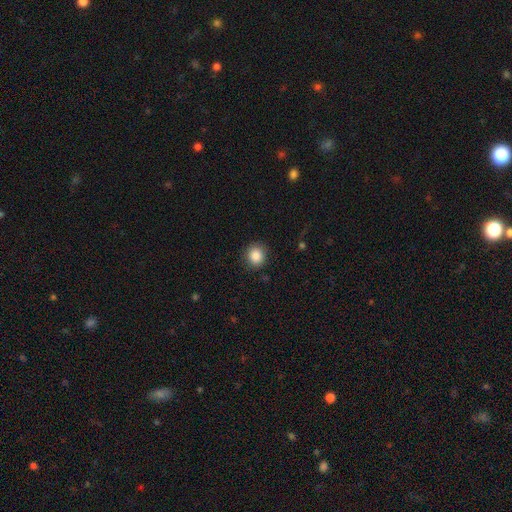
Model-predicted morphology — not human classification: smooth_or_featured: smooth (p=0.86) [alt: star or artifact p=0.09]
how_rounded: round (p=0.85) [alt: in between p=0.14]
merging: none (p=0.89) [alt: minor disturbance p=0.08]